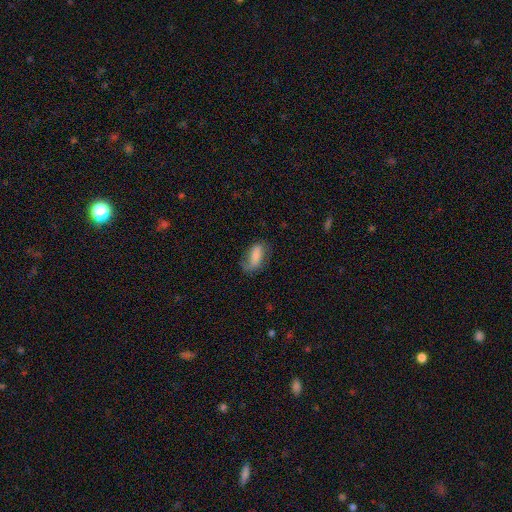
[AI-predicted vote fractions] Overall: smooth (68%). How rounded: in between (87%). Merging: none (51%; minor disturbance 27%).